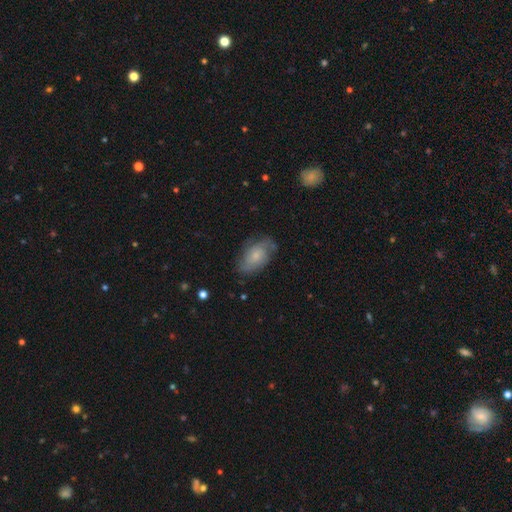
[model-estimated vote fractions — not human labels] Morphology: type=featured or disk (51%); edge-on=no (95%); merging=none (66%).